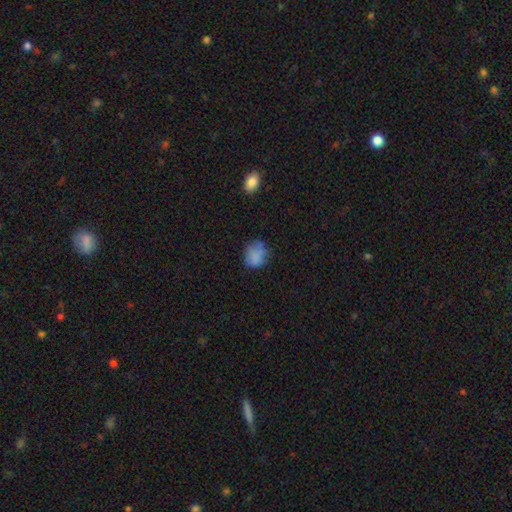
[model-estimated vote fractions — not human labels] Overall: smooth (78%). How rounded: round (66%; in between 33%). Merging: none (61%; minor disturbance 27%).